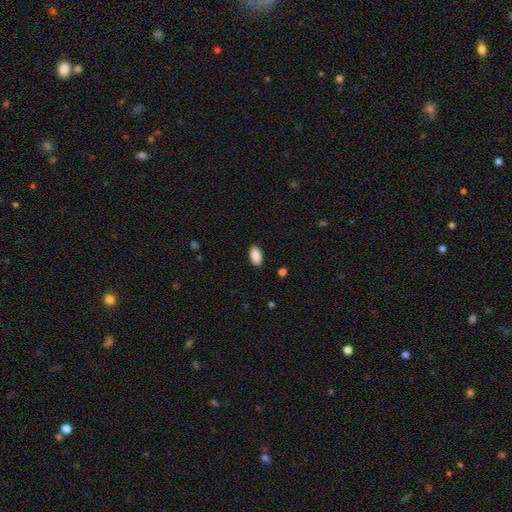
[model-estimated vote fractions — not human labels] Overall: smooth (90%). How rounded: in between (94%). Merging: none (88%).